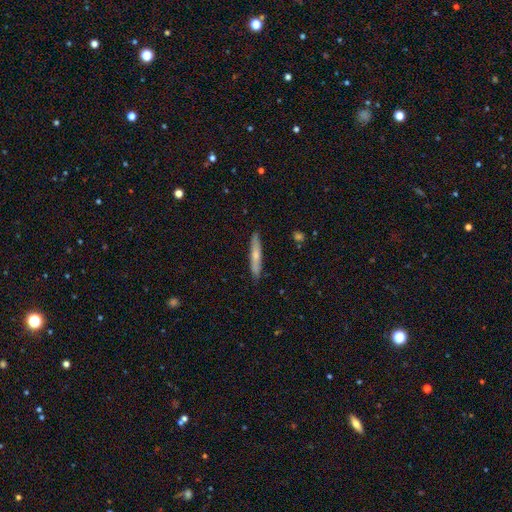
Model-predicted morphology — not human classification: type=smooth (57%); roundness=cigar-shaped (93%); merging=none (87%).